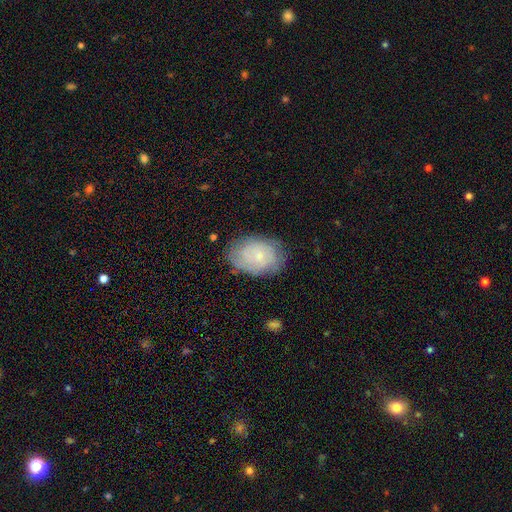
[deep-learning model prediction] smooth_or_featured: smooth (p=0.51) [alt: featured or disk p=0.40]
how_rounded: in between (p=0.78) [alt: round p=0.20]
merging: none (p=0.71) [alt: minor disturbance p=0.22]